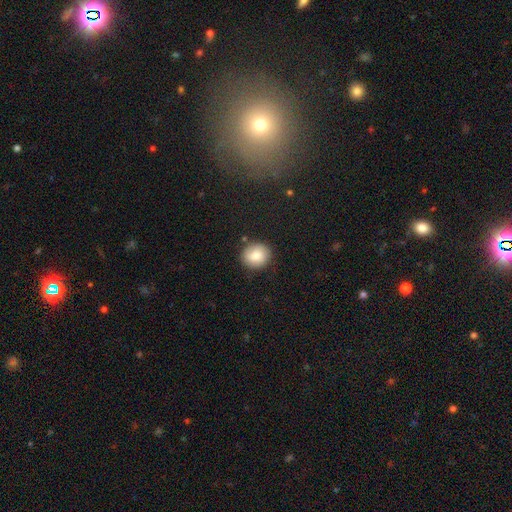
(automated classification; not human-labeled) Smooth or featured? smooth (83%)
How rounded? round (75%)
Merging? none (85%)